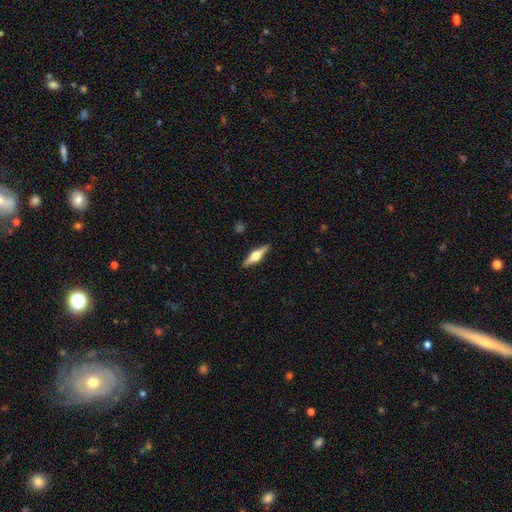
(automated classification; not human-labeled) Smooth or featured: featured or disk — 69% (smooth — 25%)
Edge-on disk: yes — 97% (no — 3%)
Edge-on bulge: rounded — 94% (boxy — 4%)
Merging: none — 90% (minor disturbance — 7%)